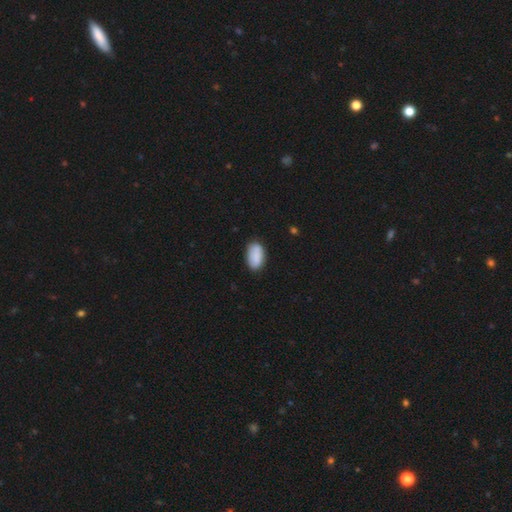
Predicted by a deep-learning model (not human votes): Smooth or featured? smooth (87%)
How rounded? in between (94%)
Merging? none (81%)